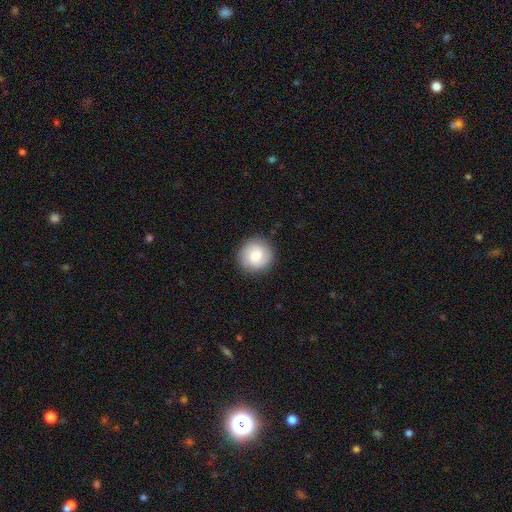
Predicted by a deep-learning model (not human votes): This is likely a smooth galaxy (62%). How rounded: clearly round (93%). Merging: clearly none (89%).